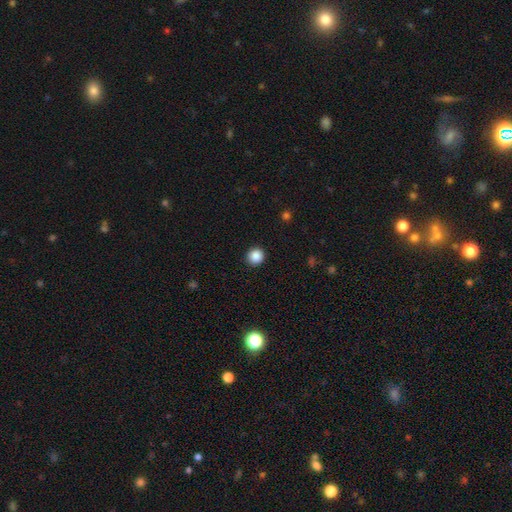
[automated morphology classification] The model was most divided on "smooth or featured": smooth: 86%, star or artifact: 10%, featured or disk: 3%. More confident: how rounded — round (94%); merging — none (92%).